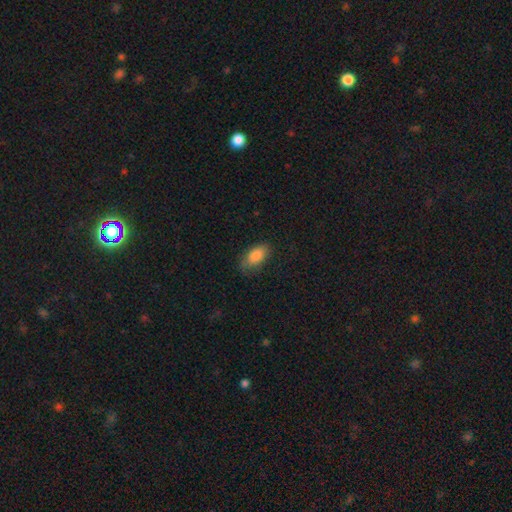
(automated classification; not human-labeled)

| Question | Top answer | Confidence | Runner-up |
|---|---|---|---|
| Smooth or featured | smooth | 85% | featured or disk (8%) |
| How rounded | in between | 91% | cigar-shaped (6%) |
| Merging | none | 73% | minor disturbance (21%) |